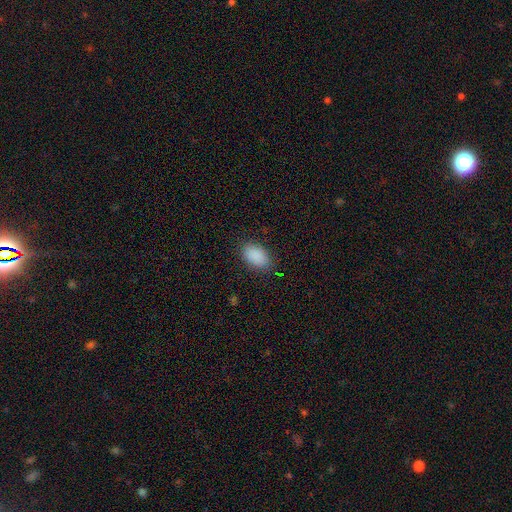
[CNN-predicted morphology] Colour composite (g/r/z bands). It shows a smooth galaxy with no disk features (89%) that is in between round and cigar-shaped (92%). Merging: none (85%).